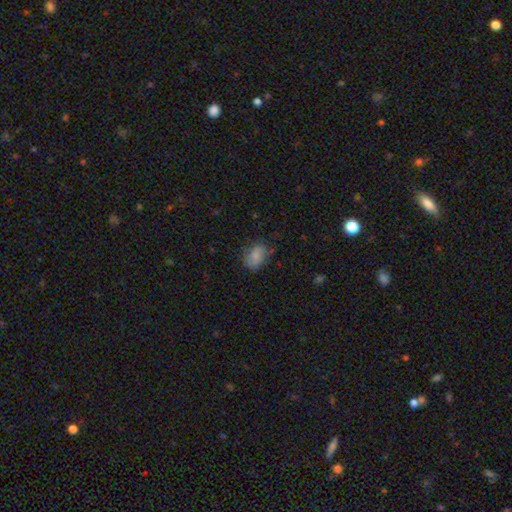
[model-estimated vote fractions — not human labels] smooth-or-featured: smooth: 77% | featured or disk: 15% | star or artifact: 8%
  how-rounded: in between: 76% | round: 23% | cigar-shaped: 1%
  merging: none: 66% | minor disturbance: 25% | major disturbance: 7% | merger: 2%